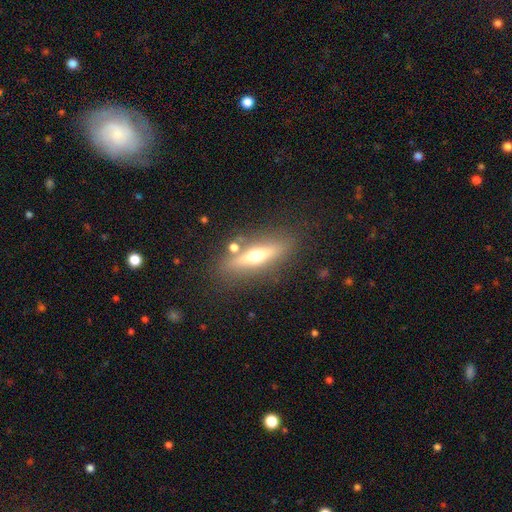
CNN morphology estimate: smooth-or-featured: featured or disk: 58% | smooth: 33% | star or artifact: 9%
  disk-edge-on: yes: 87% | no: 13%
    edge-on-bulge: rounded: 95% | none: 2% | boxy: 2%
  merging: none: 80% | minor disturbance: 10% | merger: 6% | major disturbance: 4%